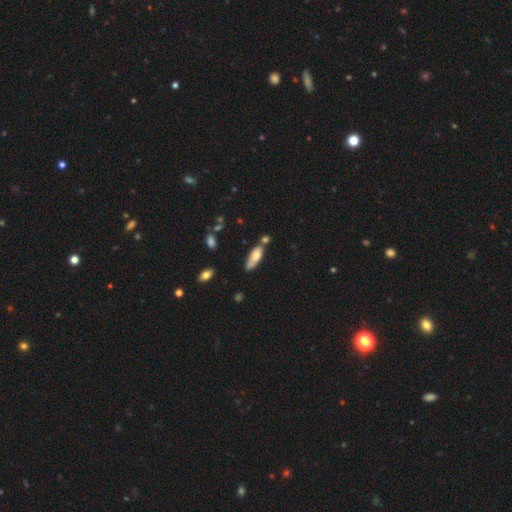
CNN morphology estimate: Q: Smooth or featured?
A: smooth (72%); runner-up: featured or disk (21%)
Q: How rounded?
A: in between (63%); runner-up: cigar-shaped (35%)
Q: Merging?
A: none (47%); runner-up: minor disturbance (27%)